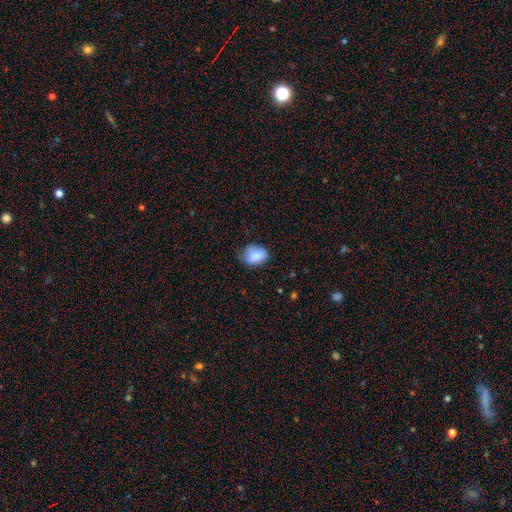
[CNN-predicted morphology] smooth 79%, featured or disk 13%, star or artifact 8%. Down the decision tree: how rounded — in between (69%); merging — none (63%).